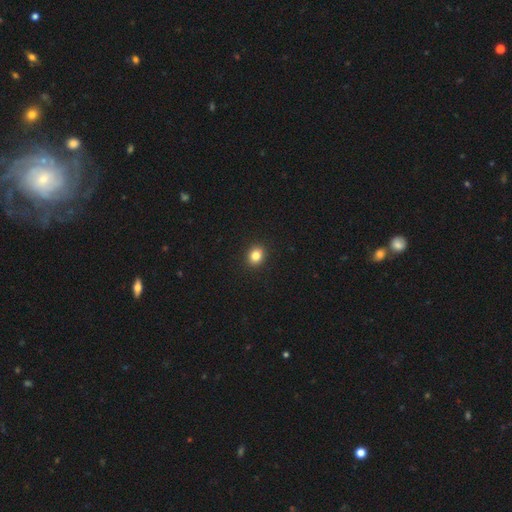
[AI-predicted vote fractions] smooth_or_featured: smooth (p=0.84) [alt: star or artifact p=0.11]
how_rounded: round (p=0.71) [alt: in between p=0.28]
merging: none (p=0.92) [alt: minor disturbance p=0.05]